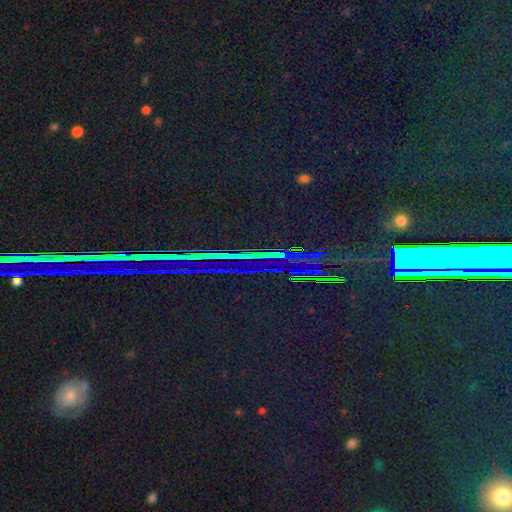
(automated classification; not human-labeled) Overall: star or artifact (86%).